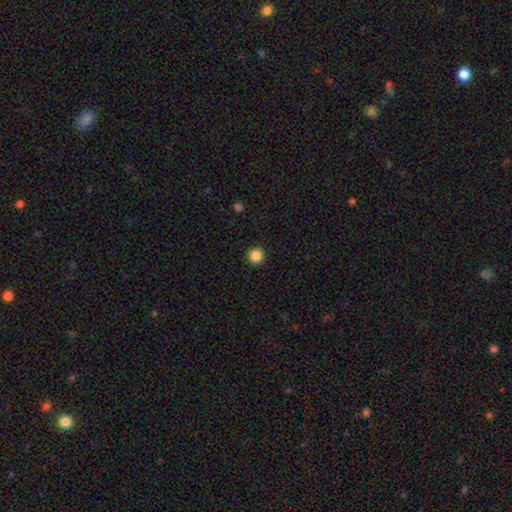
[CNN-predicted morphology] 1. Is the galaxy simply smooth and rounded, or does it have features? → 86% smooth, 10% star or artifact, 3% featured or disk.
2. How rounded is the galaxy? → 95% round, 4% in between, 1% cigar-shaped.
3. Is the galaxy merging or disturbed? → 93% none, 5% minor disturbance, 2% major disturbance, 1% merger.